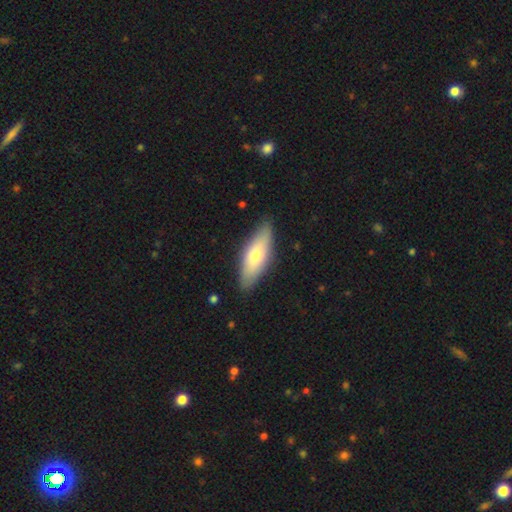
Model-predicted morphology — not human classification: Smooth or featured? smooth (65%)
How rounded? in between (63%)
Merging? none (86%)